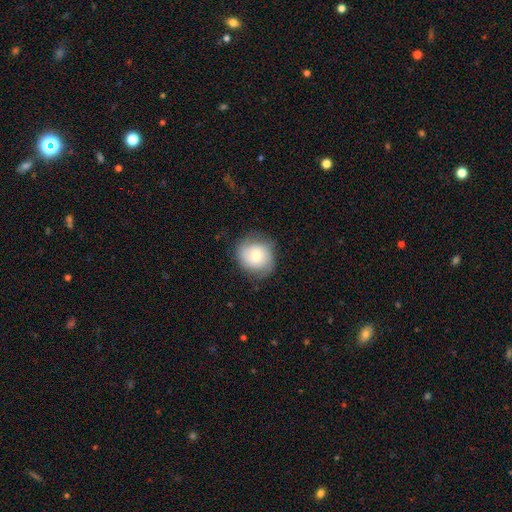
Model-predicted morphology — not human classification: smooth_or_featured: smooth (p=0.59) [alt: featured or disk p=0.32]
how_rounded: round (p=0.80) [alt: in between p=0.19]
merging: none (p=0.73) [alt: minor disturbance p=0.19]